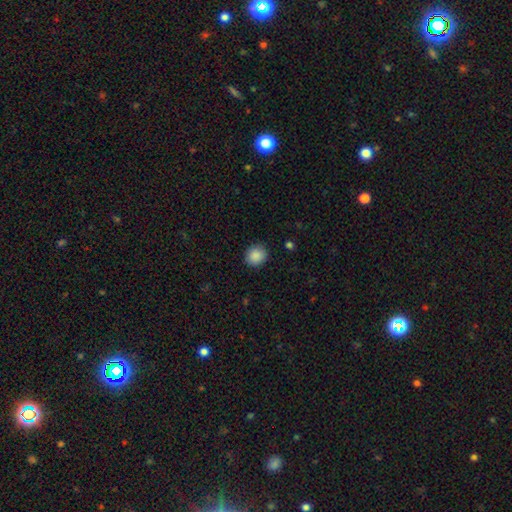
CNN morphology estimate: The model was most divided on "how rounded": round: 79%, in between: 20%, cigar-shaped: 1%. More confident: smooth or featured — smooth (89%); merging — none (89%).